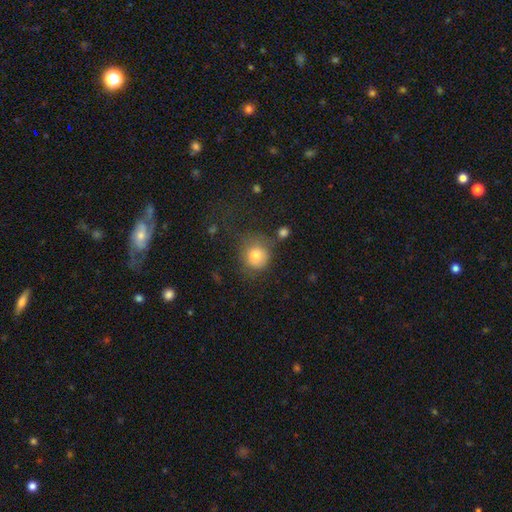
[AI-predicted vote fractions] Smooth or featured? Predicted: smooth (p=0.77). How rounded? Predicted: round (p=0.88). Merging? Predicted: none (p=0.62).